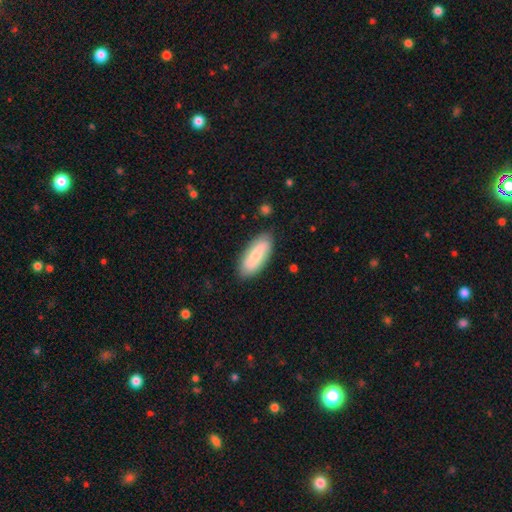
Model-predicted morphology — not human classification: The model was most divided on "smooth or featured": smooth: 70%, featured or disk: 24%, star or artifact: 6%. More confident: merging — none (83%); how rounded — in between (80%).